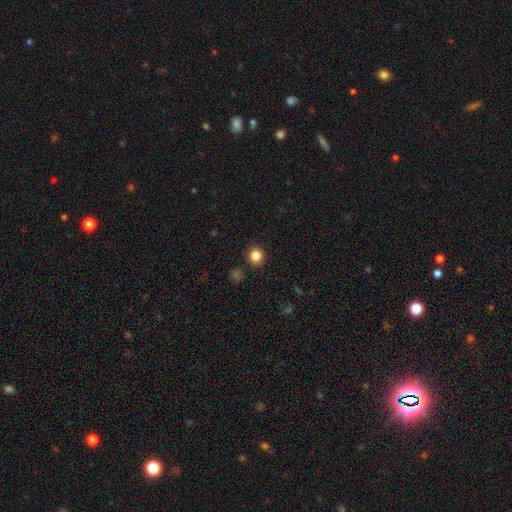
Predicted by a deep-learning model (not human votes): Smooth or featured? Predicted: smooth (p=0.84). How rounded? Predicted: round (p=0.90). Merging? Predicted: none (p=0.89).